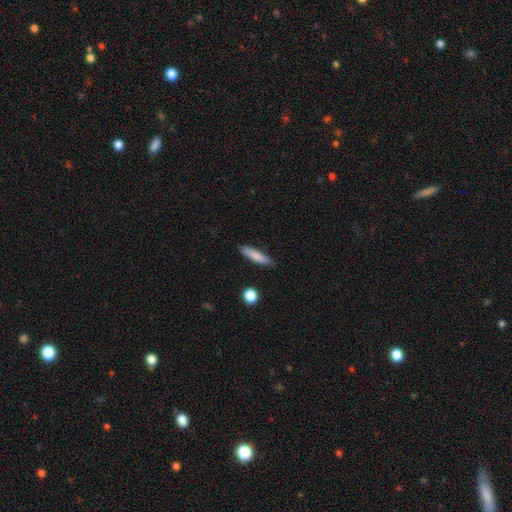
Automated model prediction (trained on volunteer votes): Smooth or featured? smooth (79%)
How rounded? cigar-shaped (81%)
Merging? none (85%)